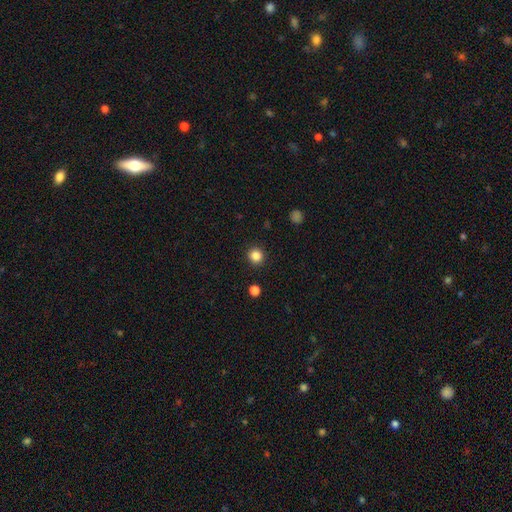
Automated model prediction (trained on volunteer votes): The model was most divided on "smooth or featured": smooth: 85%, star or artifact: 11%, featured or disk: 3%. More confident: how rounded — round (94%); merging — none (93%).